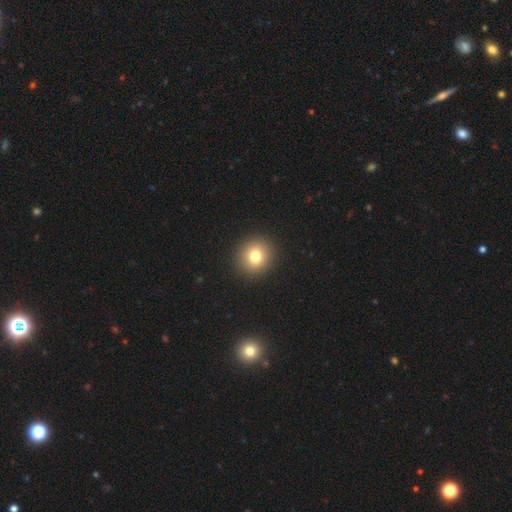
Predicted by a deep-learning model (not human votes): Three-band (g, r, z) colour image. It shows a smooth galaxy with no disk features (71%) that is round (92%). Merging: none (93%).